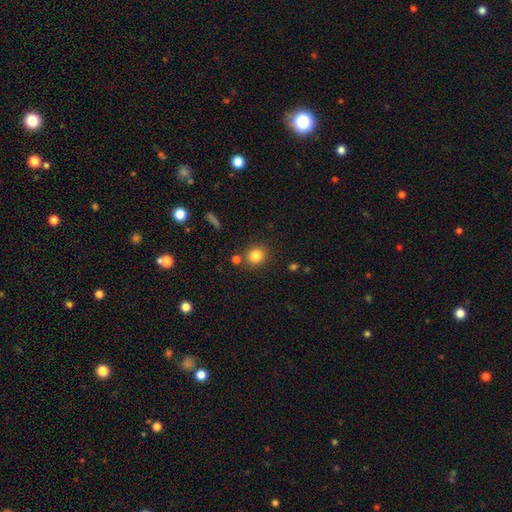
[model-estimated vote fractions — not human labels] Smooth or featured? smooth (83%)
How rounded? round (86%)
Merging? none (83%)